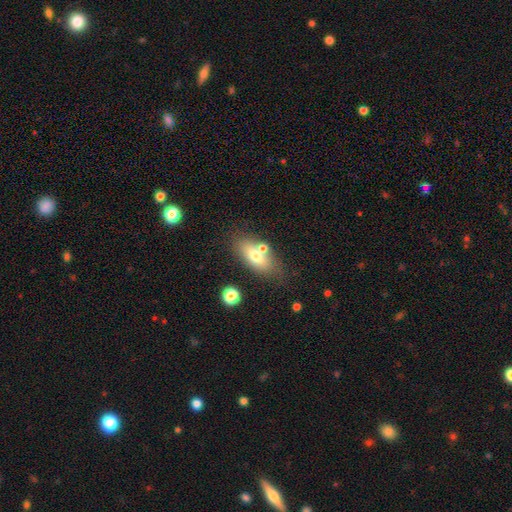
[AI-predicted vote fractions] The model was most divided on "smooth or featured": smooth: 66%, featured or disk: 25%, star or artifact: 9%. More confident: how rounded — in between (80%); merging — none (62%).